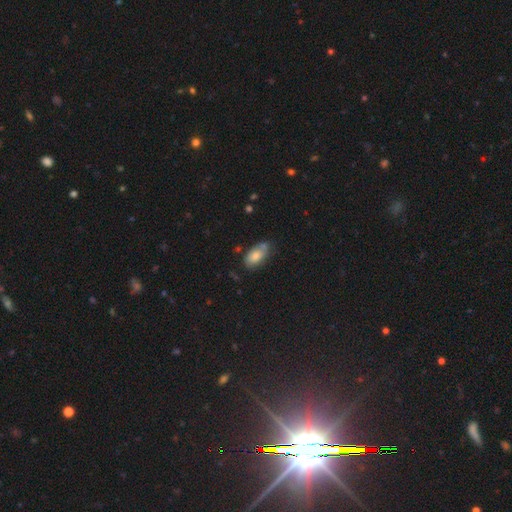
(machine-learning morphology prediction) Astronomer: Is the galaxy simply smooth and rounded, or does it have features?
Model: smooth — 70%.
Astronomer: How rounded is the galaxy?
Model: in between — 92%.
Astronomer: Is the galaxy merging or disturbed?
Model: none — 57%.